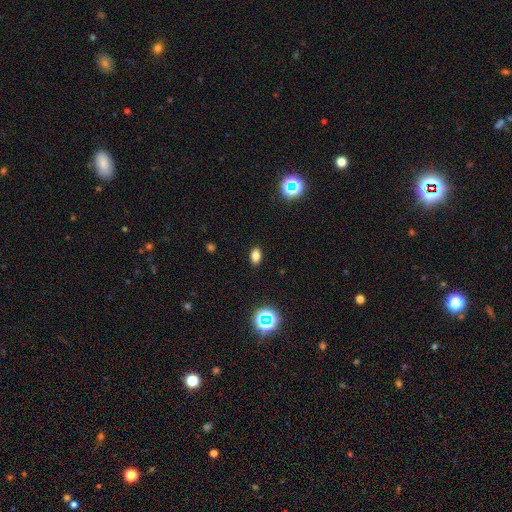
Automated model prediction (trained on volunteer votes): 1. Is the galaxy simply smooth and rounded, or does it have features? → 78% smooth, 15% star or artifact, 6% featured or disk.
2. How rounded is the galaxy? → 85% in between, 12% round, 2% cigar-shaped.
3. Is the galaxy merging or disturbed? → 88% none, 8% minor disturbance, 2% major disturbance, 1% merger.